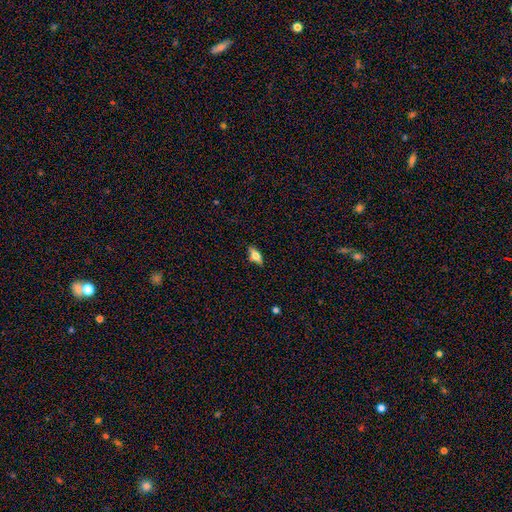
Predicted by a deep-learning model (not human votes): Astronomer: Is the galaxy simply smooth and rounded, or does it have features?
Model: smooth — 61%.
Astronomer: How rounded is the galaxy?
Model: in between — 74%.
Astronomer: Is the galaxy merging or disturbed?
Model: none — 80%.